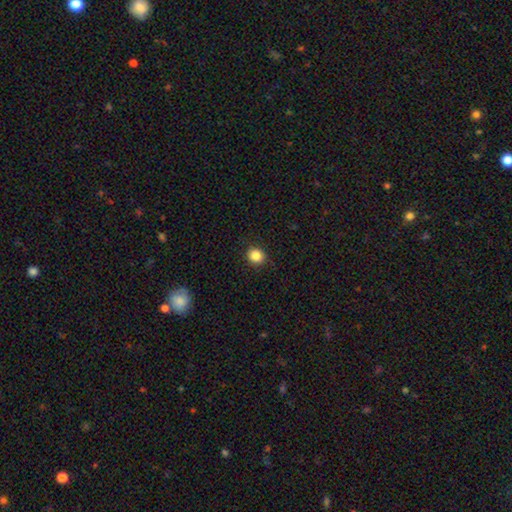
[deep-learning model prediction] This is clearly a smooth galaxy (86%). How rounded: clearly round (84%). Merging: clearly none (91%).